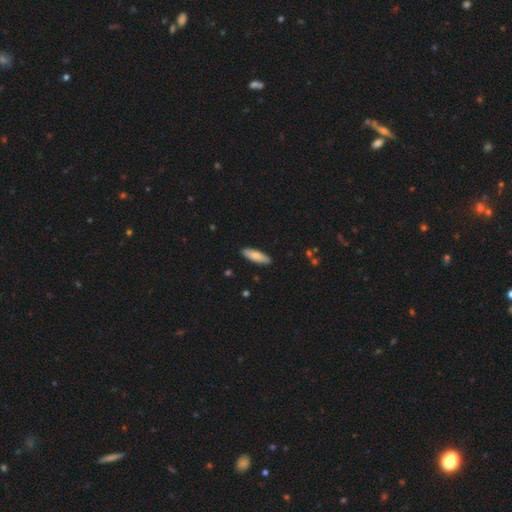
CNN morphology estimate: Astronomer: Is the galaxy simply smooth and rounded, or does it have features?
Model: smooth — 80%.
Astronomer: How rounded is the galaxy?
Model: cigar-shaped — 50% (runner-up: in between, 49%).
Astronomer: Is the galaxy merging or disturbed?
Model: none — 89%.